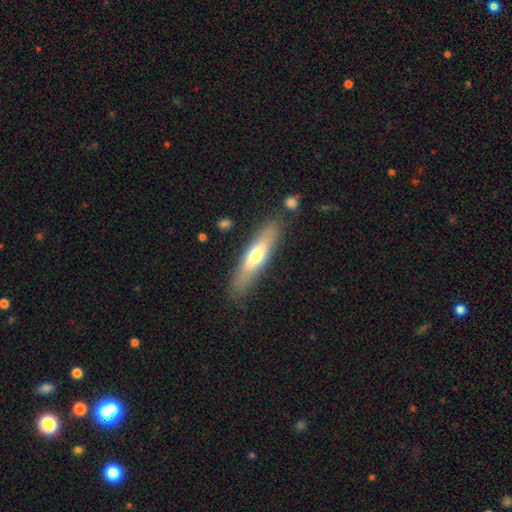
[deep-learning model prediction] Smooth or featured: smooth — 54% (featured or disk — 41%)
How rounded: cigar-shaped — 76% (in between — 22%)
Merging: none — 82% (minor disturbance — 12%)